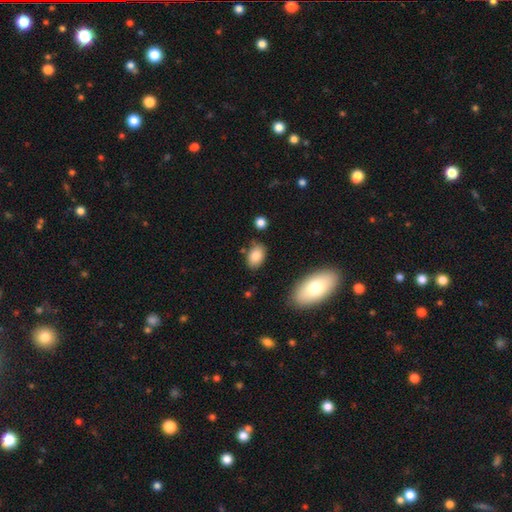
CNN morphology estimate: Overall: smooth (84%). How rounded: in between (87%). Merging: none (78%).